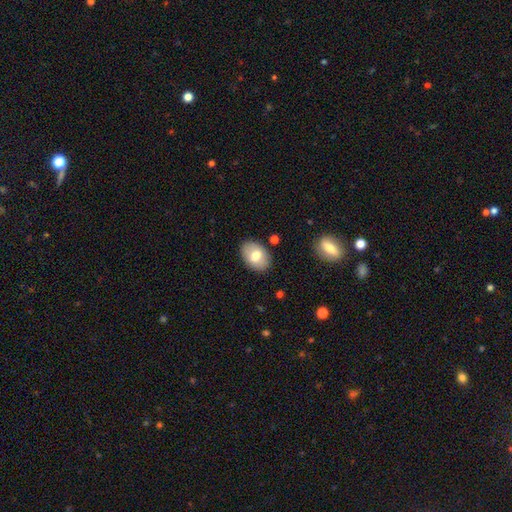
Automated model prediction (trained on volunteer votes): Morphology: type=smooth (73%); roundness=in between (84%); merging=none (85%).